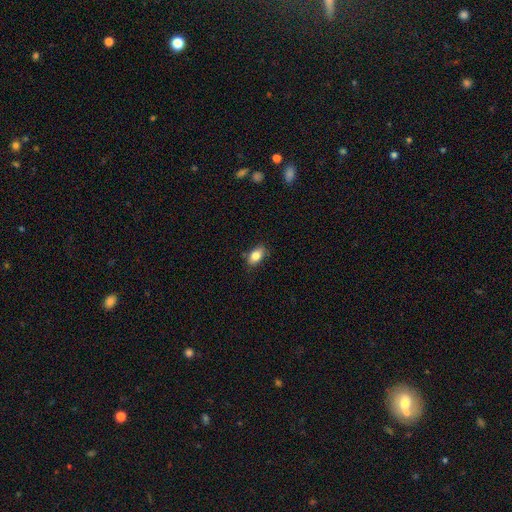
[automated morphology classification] A smooth galaxy with no disk features (82%) that is in between round and cigar-shaped (89%).

Vote fractions:
- Smooth or featured? smooth: 82% / featured or disk: 11% / star or artifact: 8%
- How rounded? in between: 89% / round: 8% / cigar-shaped: 4%
- Merging? none: 80% / minor disturbance: 16% / major disturbance: 3% / merger: 2%